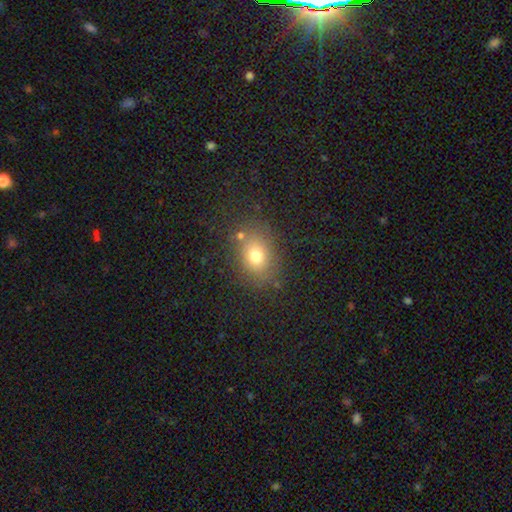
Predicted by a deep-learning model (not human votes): Smooth or featured: smooth — 74% (star or artifact — 14%)
How rounded: in between — 59% (round — 39%)
Merging: none — 78% (minor disturbance — 13%)